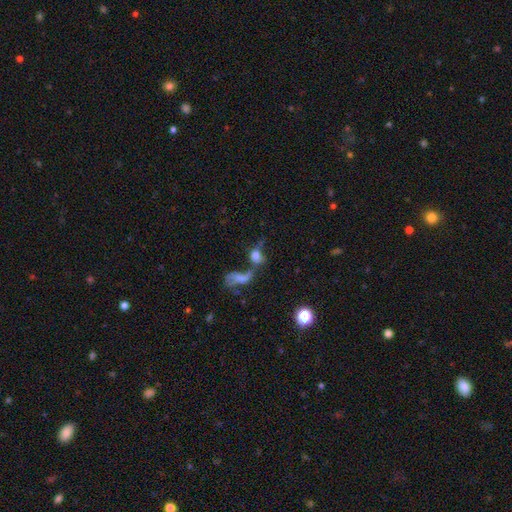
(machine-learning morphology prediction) type=smooth (53%); roundness=in between (49%); merging=merger (50%).